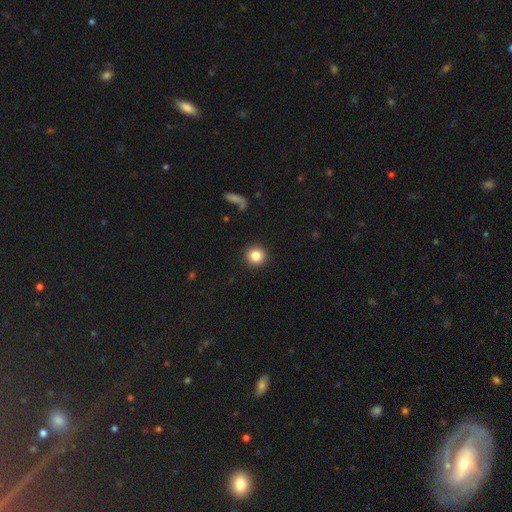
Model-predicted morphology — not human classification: Smooth or featured? Predicted: smooth (p=0.85). How rounded? Predicted: round (p=0.94). Merging? Predicted: none (p=0.92).